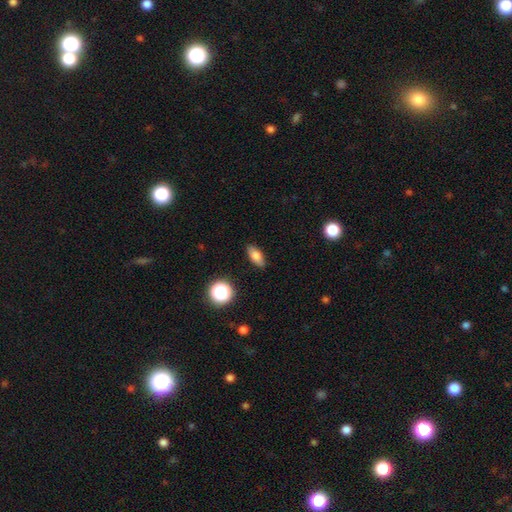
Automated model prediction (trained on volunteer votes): smooth_or_featured: smooth (p=0.79) [alt: featured or disk p=0.11]
how_rounded: in between (p=0.81) [alt: cigar-shaped p=0.13]
merging: none (p=0.87) [alt: minor disturbance p=0.09]